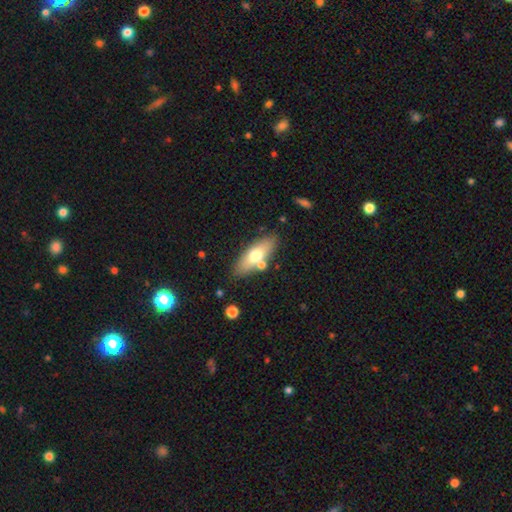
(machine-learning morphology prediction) Overall: smooth (63%; featured or disk 30%). How rounded: in between (66%; cigar-shaped 30%). Merging: none (77%).